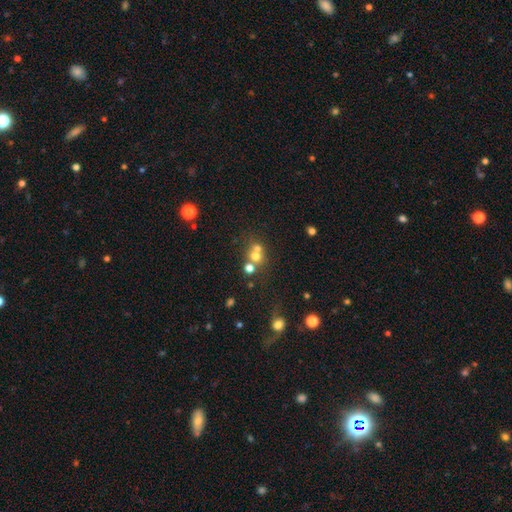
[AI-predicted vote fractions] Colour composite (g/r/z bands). It shows a smooth galaxy with no disk features (62%) that is round (80%). Merging: merger (49%).